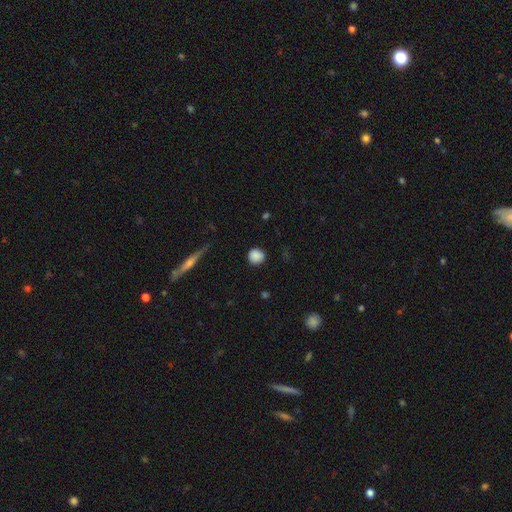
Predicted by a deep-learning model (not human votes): This is clearly a smooth galaxy (87%). How rounded: clearly round (87%). Merging: clearly none (87%).